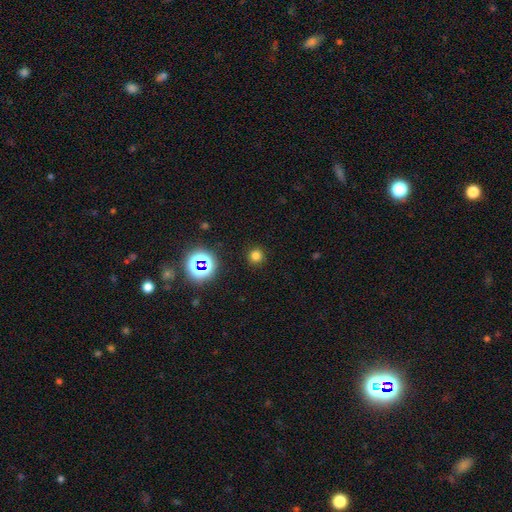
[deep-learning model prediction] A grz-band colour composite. It shows a smooth galaxy with no disk features (73%) that is round (94%). Merging: none (90%).